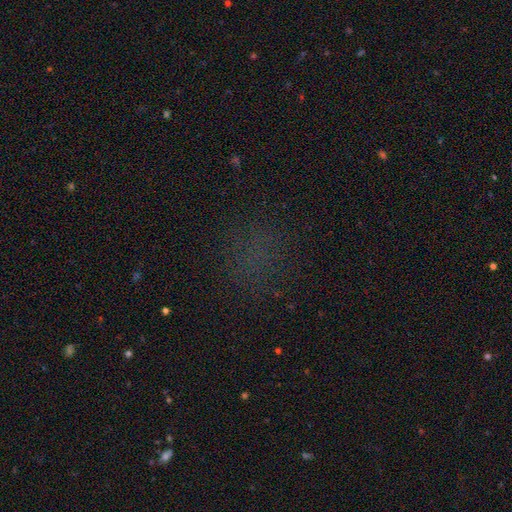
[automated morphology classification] smooth-or-featured: star or artifact: 47% | smooth: 44% | featured or disk: 10%